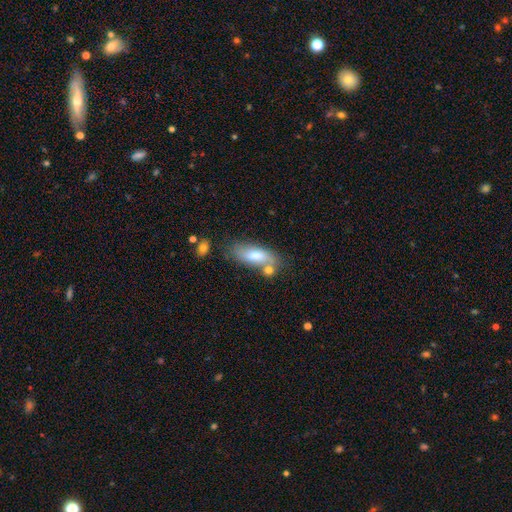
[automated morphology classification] A smooth galaxy with no disk features (72%) that is in between round and cigar-shaped (73%).

Vote fractions:
- Smooth or featured? smooth: 72% / featured or disk: 21% / star or artifact: 7%
- How rounded? in between: 73% / cigar-shaped: 24% / round: 3%
- Merging? none: 57% / minor disturbance: 19% / merger: 18% / major disturbance: 6%